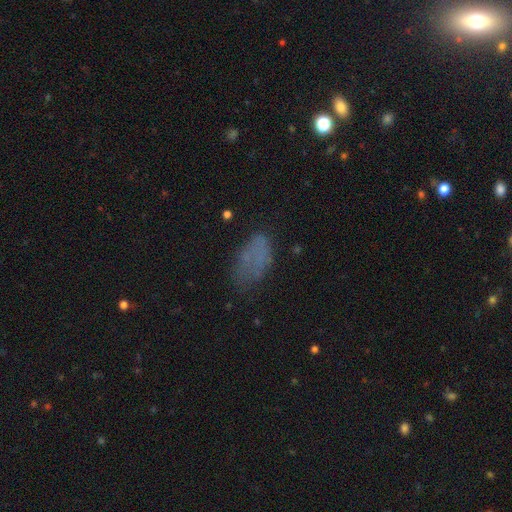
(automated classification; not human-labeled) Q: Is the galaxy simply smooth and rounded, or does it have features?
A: smooth — 61%.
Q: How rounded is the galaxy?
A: in between — 90%.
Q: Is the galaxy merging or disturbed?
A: none — 52%.